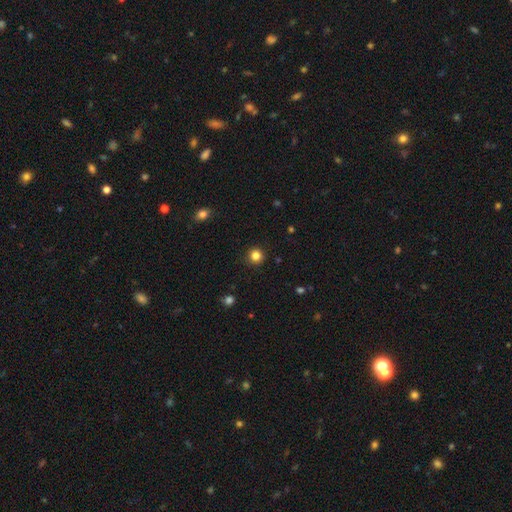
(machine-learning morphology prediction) smooth 83%, star or artifact 12%, featured or disk 4%. Down the decision tree: how rounded — round (95%); merging — none (92%).